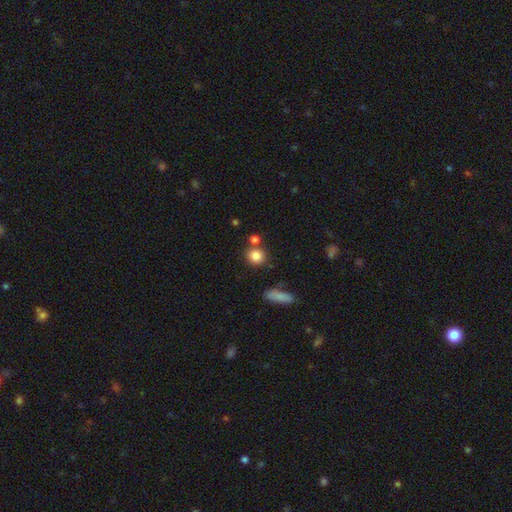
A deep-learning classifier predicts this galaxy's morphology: smooth 84%, star or artifact 10%, featured or disk 6%. Down the decision tree: how rounded — round (84%); merging — none (73%).